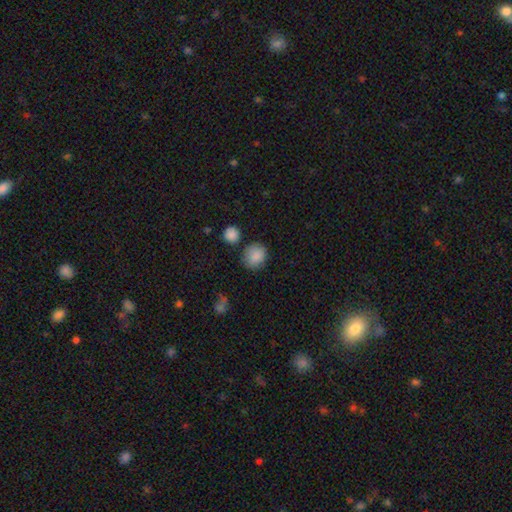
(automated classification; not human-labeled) Smooth or featured? smooth (87%)
How rounded? round (69%)
Merging? none (75%)